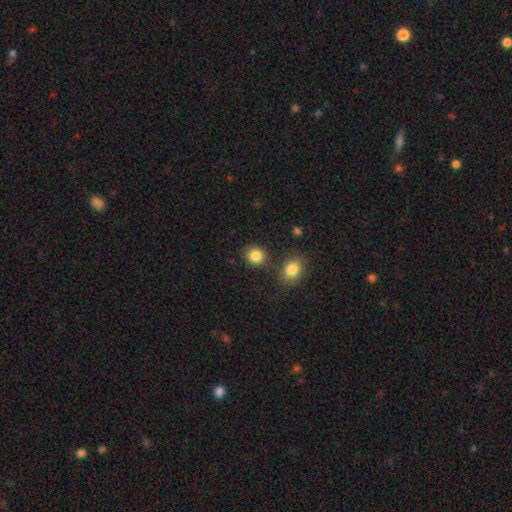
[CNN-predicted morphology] Q: Smooth or featured?
A: smooth (85%); runner-up: star or artifact (11%)
Q: How rounded?
A: round (83%); runner-up: in between (16%)
Q: Merging?
A: none (81%); runner-up: minor disturbance (8%)